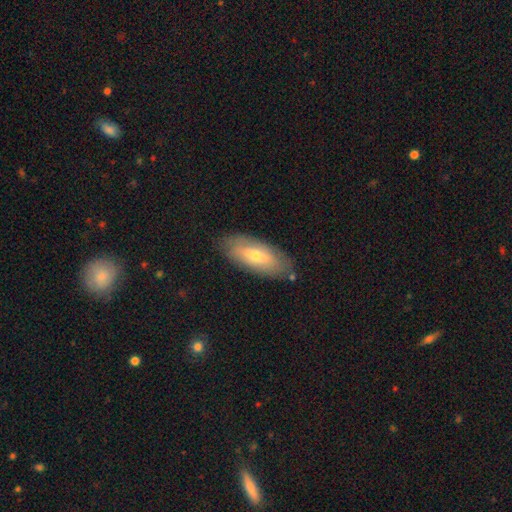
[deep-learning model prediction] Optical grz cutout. It shows a smooth galaxy with no disk features (55%) that is in between round and cigar-shaped (76%). Merging: none (82%).